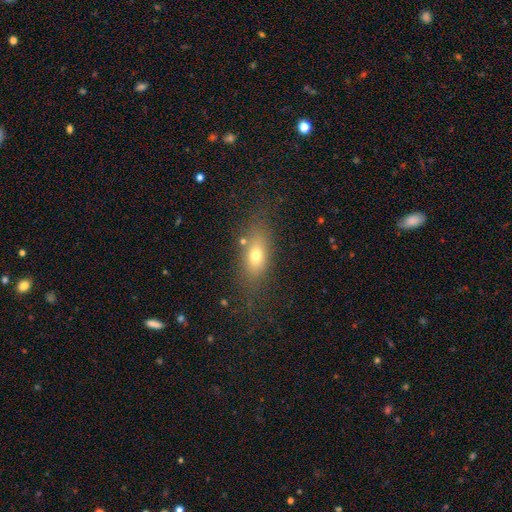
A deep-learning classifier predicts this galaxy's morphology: Smooth or featured: smooth — 68% (featured or disk — 19%)
How rounded: in between — 75% (cigar-shaped — 14%)
Merging: none — 72% (minor disturbance — 15%)